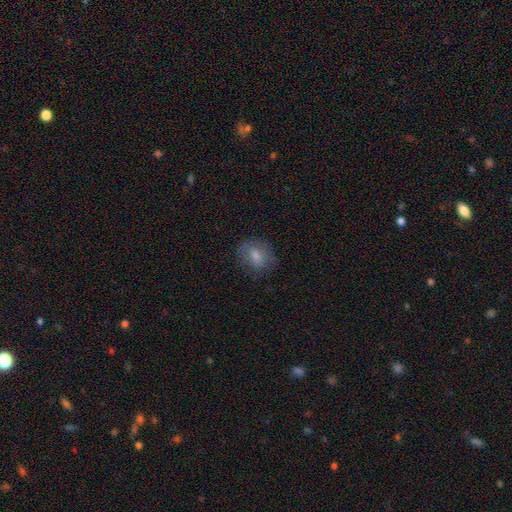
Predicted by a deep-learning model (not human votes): The model was most divided on "how rounded": round: 56%, in between: 42%, cigar-shaped: 1%. More confident: merging — none (77%); smooth or featured — smooth (62%).